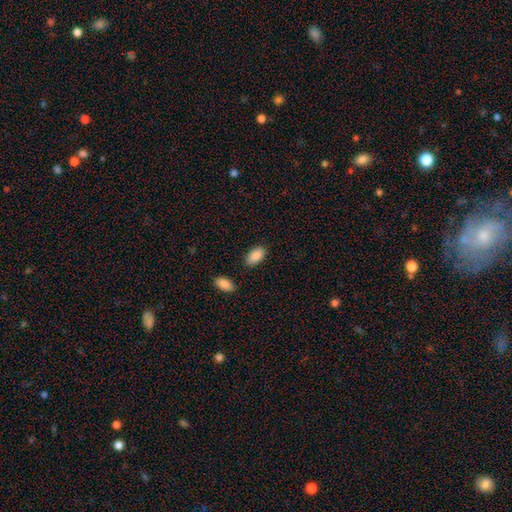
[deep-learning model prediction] Overall: smooth (89%). How rounded: in between (94%). Merging: none (84%).